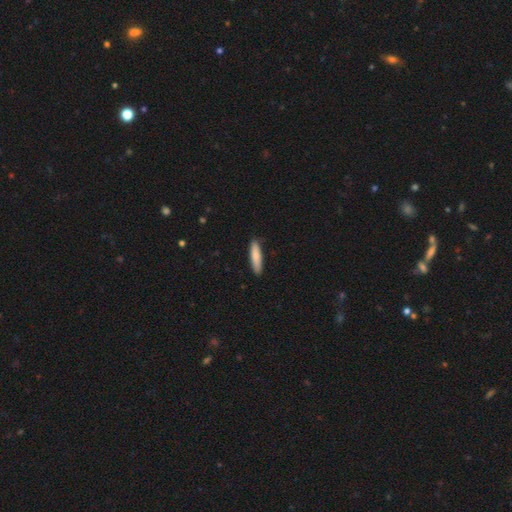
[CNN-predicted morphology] smooth_or_featured: smooth (p=0.83) [alt: featured or disk p=0.12]
how_rounded: cigar-shaped (p=0.83) [alt: in between p=0.16]
merging: none (p=0.89) [alt: minor disturbance p=0.08]